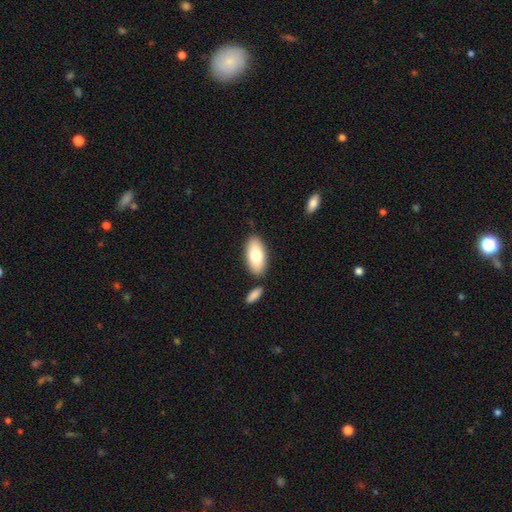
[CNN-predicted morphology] A smooth galaxy with no disk features (77%) that is in between round and cigar-shaped (92%).

Vote fractions:
- Smooth or featured? smooth: 77% / featured or disk: 18% / star or artifact: 6%
- How rounded? in between: 92% / cigar-shaped: 5% / round: 3%
- Merging? none: 81% / minor disturbance: 9% / merger: 8% / major disturbance: 2%